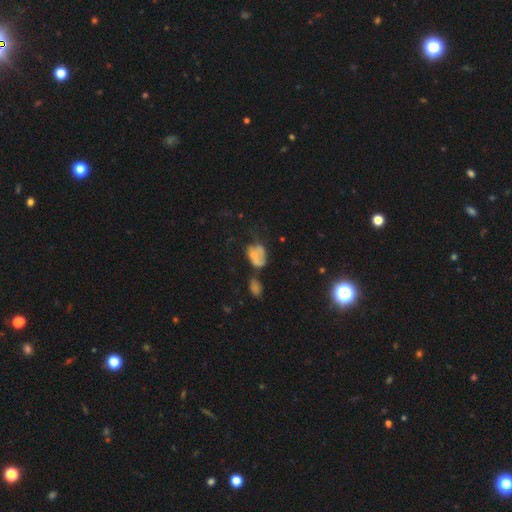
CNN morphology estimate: Smooth or featured? Predicted: smooth (p=0.54). How rounded? Predicted: in between (p=0.74). Merging? Predicted: merger (p=0.32).